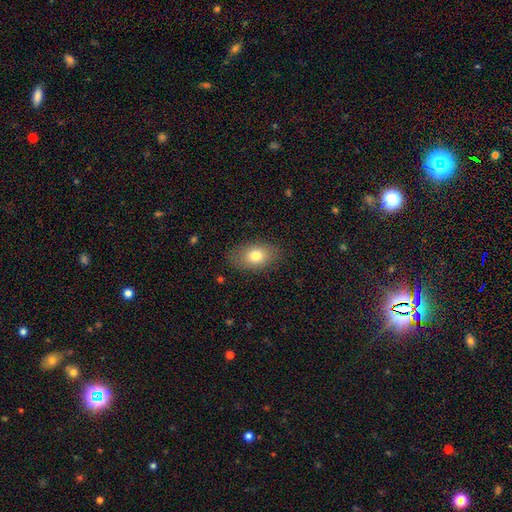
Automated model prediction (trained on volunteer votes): This is likely a smooth galaxy (77%). How rounded: clearly in between (85%). Merging: clearly none (84%).